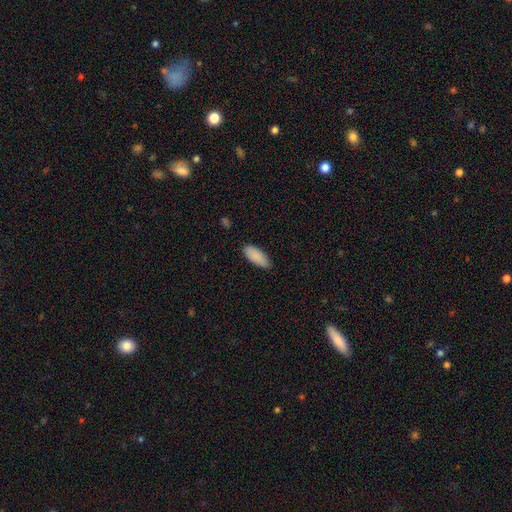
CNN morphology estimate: type=smooth (90%); roundness=in between (82%); merging=none (79%).